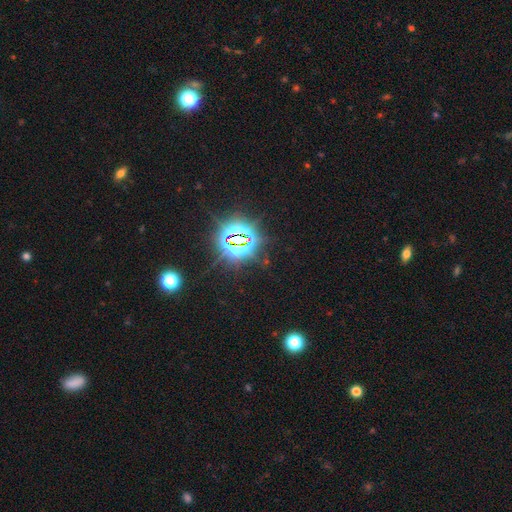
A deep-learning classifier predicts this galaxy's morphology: type=star or artifact (79%).